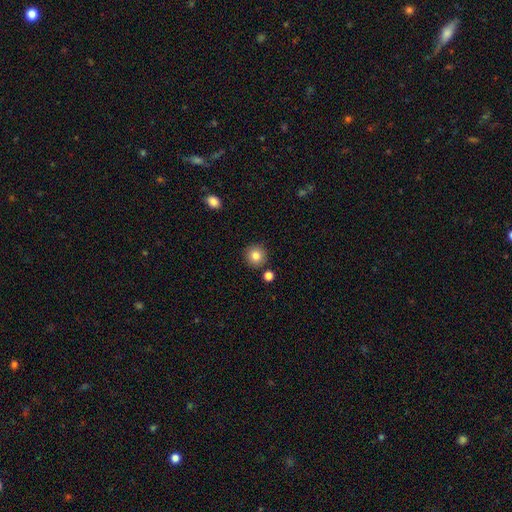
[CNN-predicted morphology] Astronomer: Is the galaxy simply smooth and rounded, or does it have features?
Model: smooth — 82%.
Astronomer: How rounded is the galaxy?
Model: round — 93%.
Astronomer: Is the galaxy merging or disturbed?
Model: none — 87%.